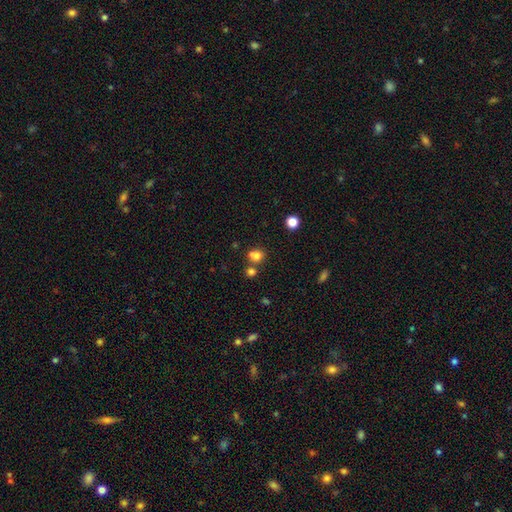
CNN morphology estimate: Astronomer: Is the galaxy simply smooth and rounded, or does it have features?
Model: smooth — 77%.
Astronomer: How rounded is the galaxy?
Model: round — 71%.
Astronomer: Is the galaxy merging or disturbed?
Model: none — 51% (runner-up: merger, 35%).